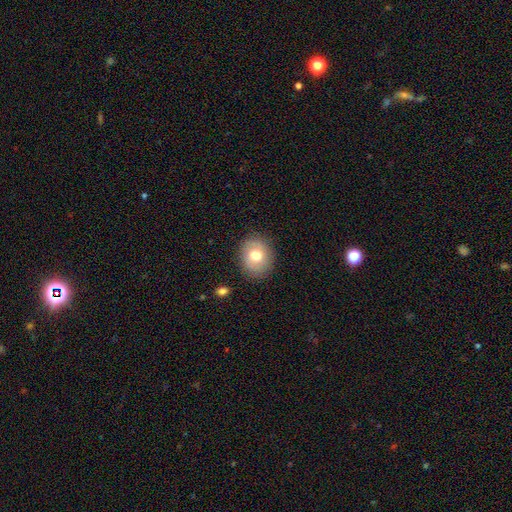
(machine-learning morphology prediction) This appears to be a smooth galaxy with no disk features (70%) that is round (57%). Merging: none (85%).